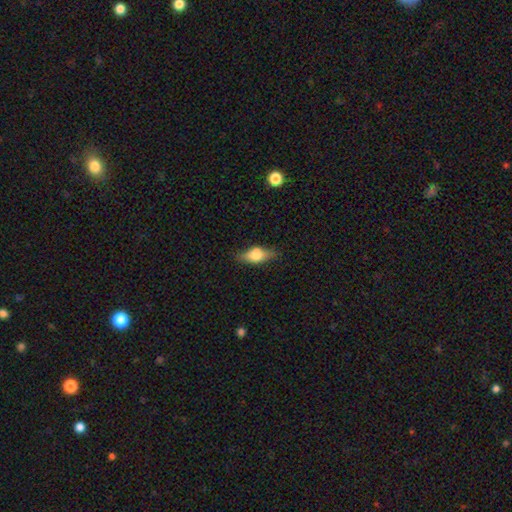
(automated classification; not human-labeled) Overall: smooth (58%; featured or disk 33%). How rounded: in between (72%). Merging: none (74%).